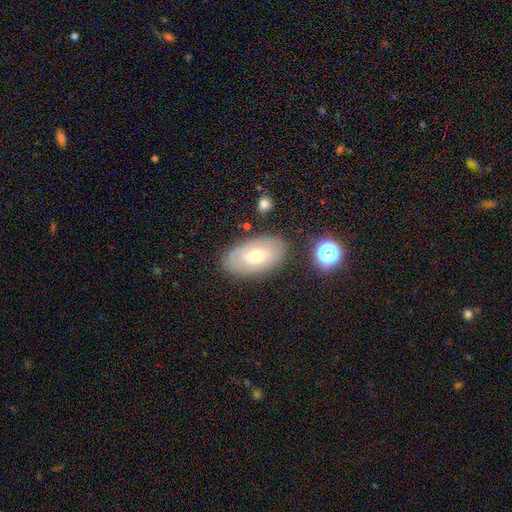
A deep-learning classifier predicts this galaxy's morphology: A smooth galaxy with no disk features (50%). Merging: none (79%).